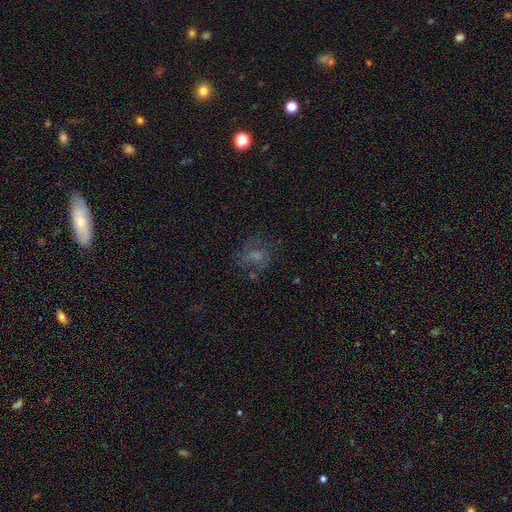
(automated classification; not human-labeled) The model was most divided on "smooth or featured": smooth: 46%, featured or disk: 34%, star or artifact: 20%. More confident: merging — none (60%).